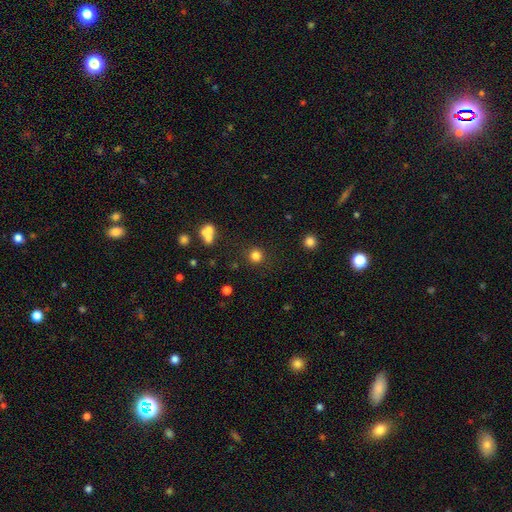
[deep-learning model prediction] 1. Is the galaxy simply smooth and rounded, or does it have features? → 80% smooth, 14% star or artifact, 6% featured or disk.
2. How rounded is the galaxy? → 94% round, 5% in between, 1% cigar-shaped.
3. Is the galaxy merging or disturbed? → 86% none, 6% minor disturbance, 5% merger, 3% major disturbance.